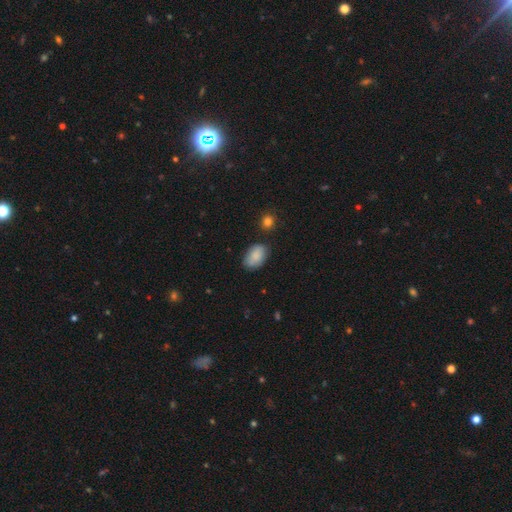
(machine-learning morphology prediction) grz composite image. It shows a smooth galaxy with no disk features (85%) that is in between round and cigar-shaped (91%). Merging: none (73%).